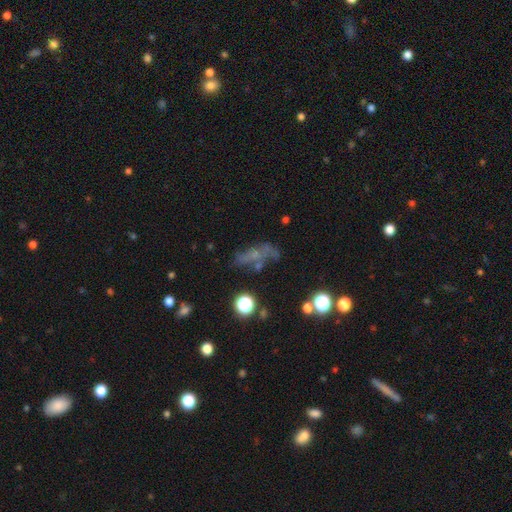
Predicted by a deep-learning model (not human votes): smooth_or_featured: smooth (p=0.37) [alt: featured or disk p=0.36]
merging: none (p=0.44) [alt: major disturbance p=0.24]